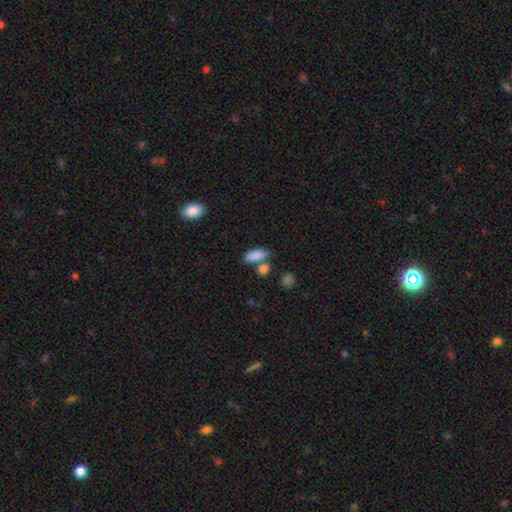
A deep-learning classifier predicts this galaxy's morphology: Smooth or featured? Predicted: smooth (p=0.86). How rounded? Predicted: in between (p=0.85). Merging? Predicted: none (p=0.58).